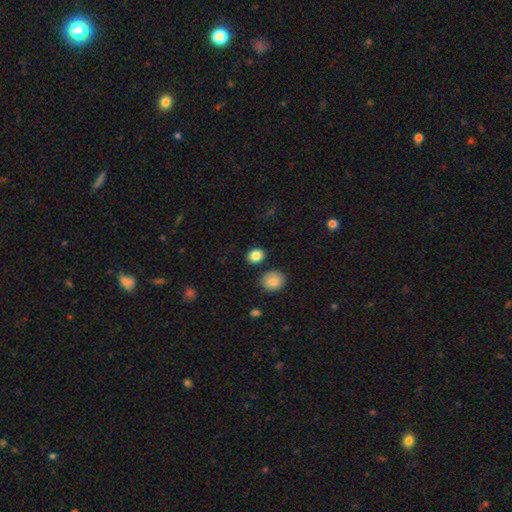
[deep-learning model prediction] smooth_or_featured: smooth (p=0.86) [alt: star or artifact p=0.09]
how_rounded: round (p=0.51) [alt: in between p=0.48]
merging: none (p=0.83) [alt: minor disturbance p=0.09]